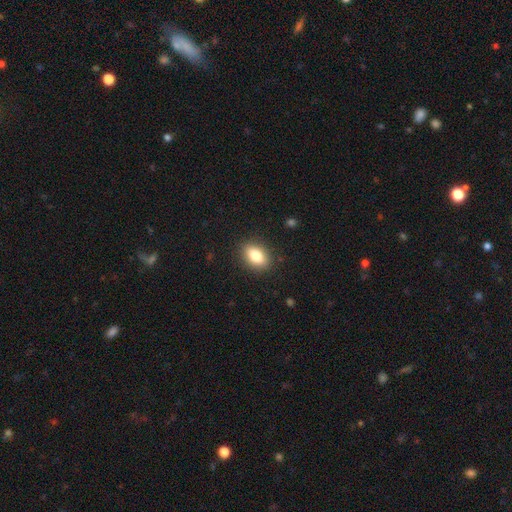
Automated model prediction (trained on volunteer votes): smooth 82%, featured or disk 10%, star or artifact 8%. Down the decision tree: how rounded — in between (85%); merging — none (88%).